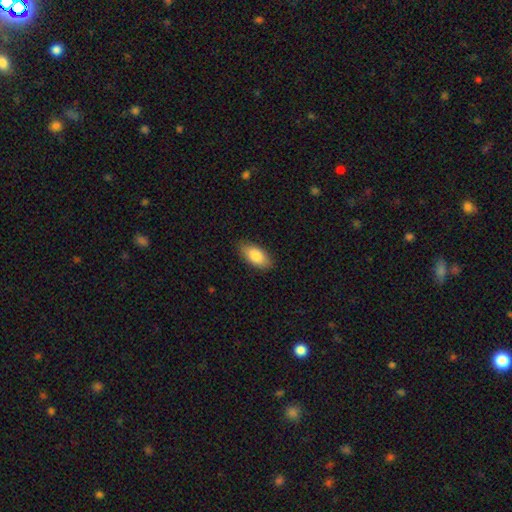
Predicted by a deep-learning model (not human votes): Smooth or featured: smooth — 84% (featured or disk — 9%)
How rounded: in between — 92% (cigar-shaped — 5%)
Merging: none — 85% (minor disturbance — 12%)